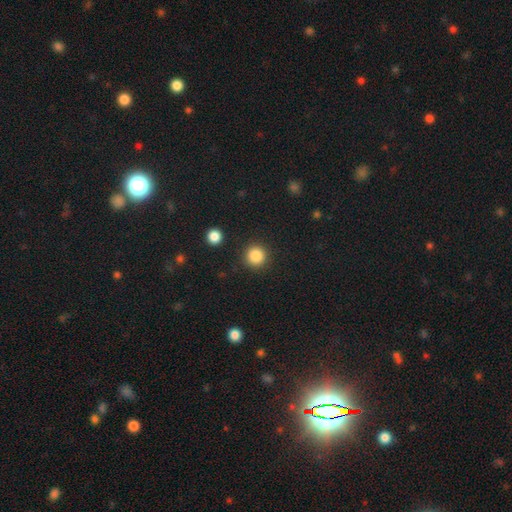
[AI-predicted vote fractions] Smooth or featured? smooth (86%)
How rounded? round (94%)
Merging? none (89%)